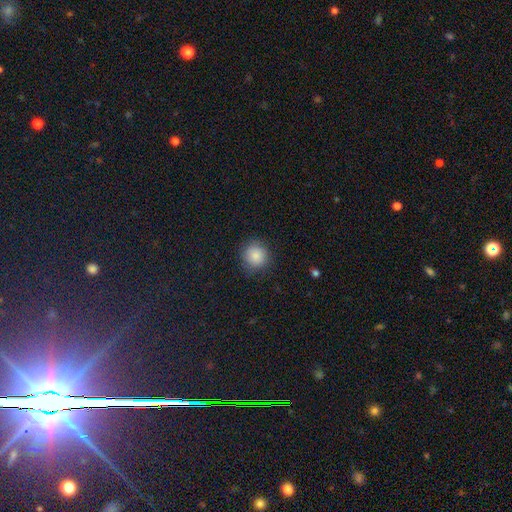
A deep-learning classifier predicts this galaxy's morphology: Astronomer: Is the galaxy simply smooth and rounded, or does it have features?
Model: smooth — 86%.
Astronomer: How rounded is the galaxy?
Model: round — 91%.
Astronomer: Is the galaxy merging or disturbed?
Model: none — 84%.